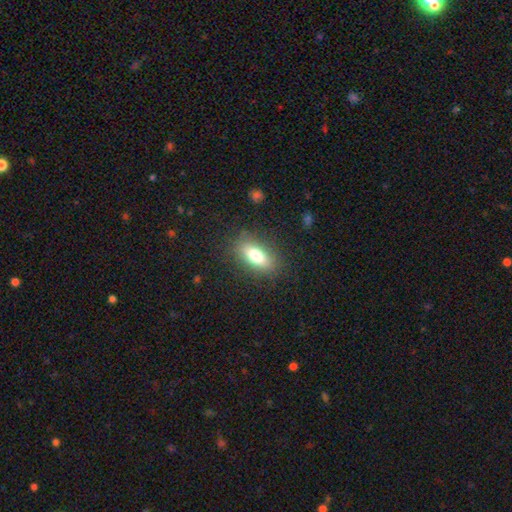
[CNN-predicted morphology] The model was most divided on "smooth or featured": smooth: 74%, featured or disk: 17%, star or artifact: 9%. More confident: merging — none (84%); how rounded — in between (81%).